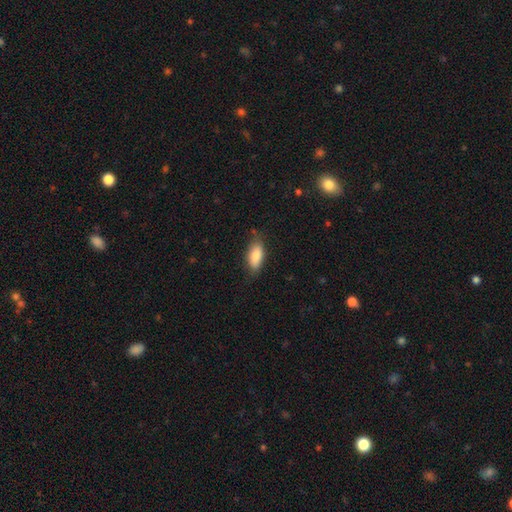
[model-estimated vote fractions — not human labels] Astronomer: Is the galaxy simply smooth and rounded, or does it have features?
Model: smooth — 82%.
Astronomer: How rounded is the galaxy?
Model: in between — 84%.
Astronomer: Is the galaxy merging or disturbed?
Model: none — 73%.